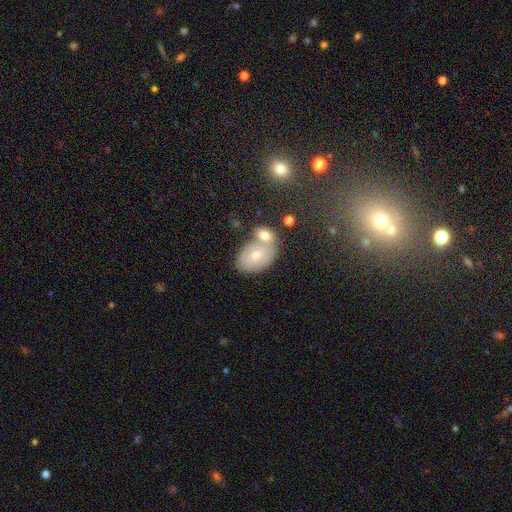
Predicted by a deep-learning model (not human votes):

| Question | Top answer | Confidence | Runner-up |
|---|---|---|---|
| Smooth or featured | smooth | 65% | featured or disk (27%) |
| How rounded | in between | 86% | round (13%) |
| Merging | merger | 43% | none (39%) |